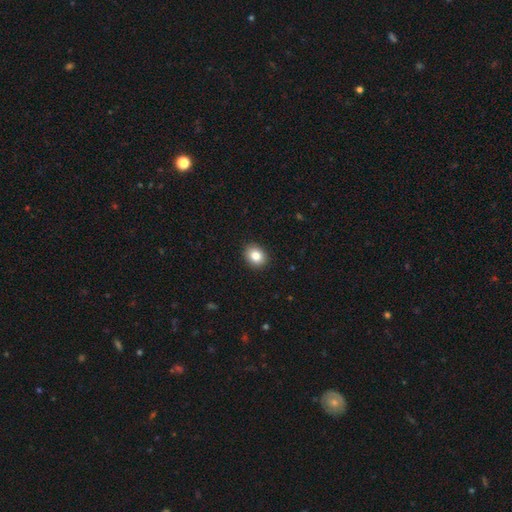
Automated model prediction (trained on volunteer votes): Overall: smooth (83%). How rounded: round (54%; in between 45%). Merging: none (90%).